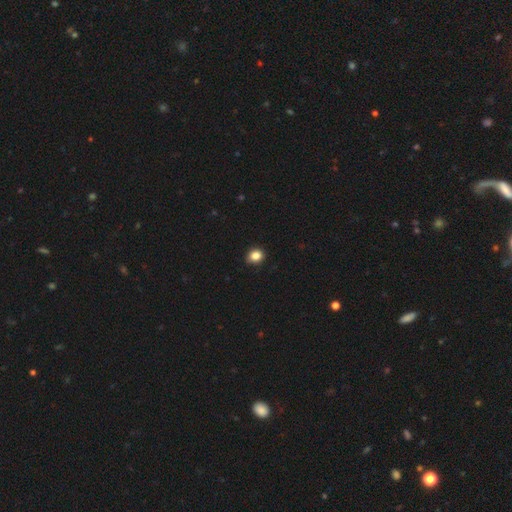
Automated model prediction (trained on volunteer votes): Smooth or featured?
  - smooth: 86% *
  - star or artifact: 10%
  - featured or disk: 4%
How rounded?
  - round: 66% *
  - in between: 33%
  - cigar-shaped: 1%
Merging?
  - none: 88% *
  - minor disturbance: 9%
  - major disturbance: 2%
  - merger: 1%